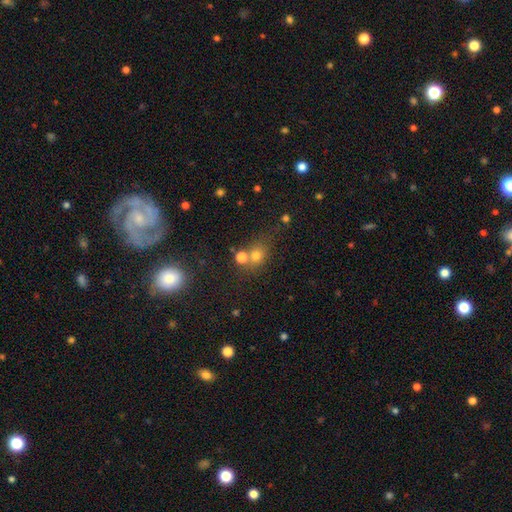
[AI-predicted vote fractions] Smooth or featured: smooth — 69% (star or artifact — 20%)
How rounded: round — 67% (in between — 31%)
Merging: none — 53% (merger — 31%)